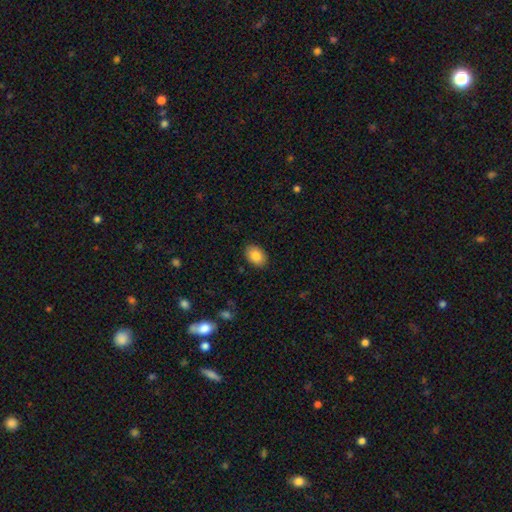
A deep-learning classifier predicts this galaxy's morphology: Smooth or featured?
  - smooth: 87% *
  - star or artifact: 7%
  - featured or disk: 6%
How rounded?
  - in between: 83% *
  - round: 16%
  - cigar-shaped: 1%
Merging?
  - none: 88% *
  - minor disturbance: 9%
  - major disturbance: 2%
  - merger: 1%